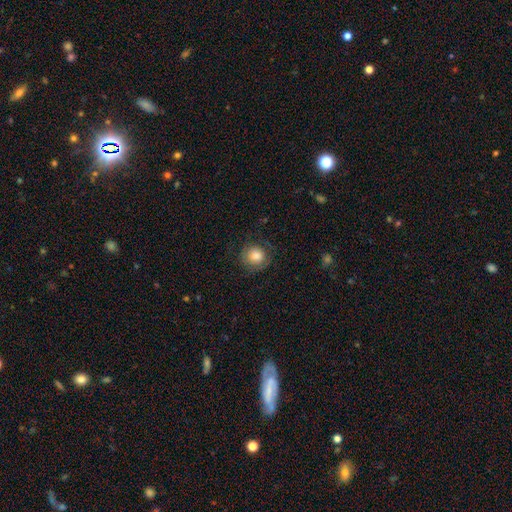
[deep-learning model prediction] Smooth or featured? Predicted: smooth (p=0.79). How rounded? Predicted: round (p=0.85). Merging? Predicted: none (p=0.73).